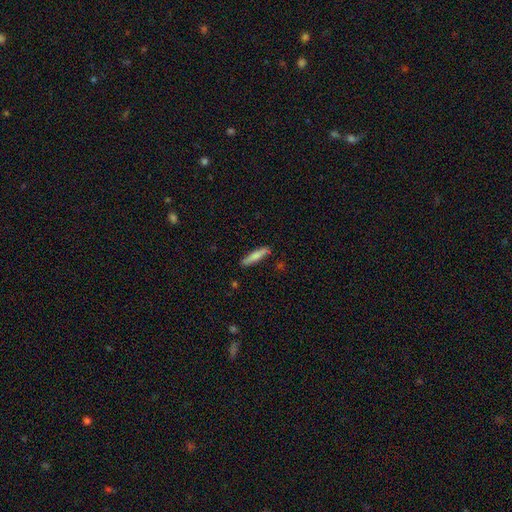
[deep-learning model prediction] smooth-or-featured: smooth: 74% | featured or disk: 20% | star or artifact: 6%
  how-rounded: cigar-shaped: 86% | in between: 13% | round: 1%
  merging: none: 83% | minor disturbance: 12% | merger: 2% | major disturbance: 2%